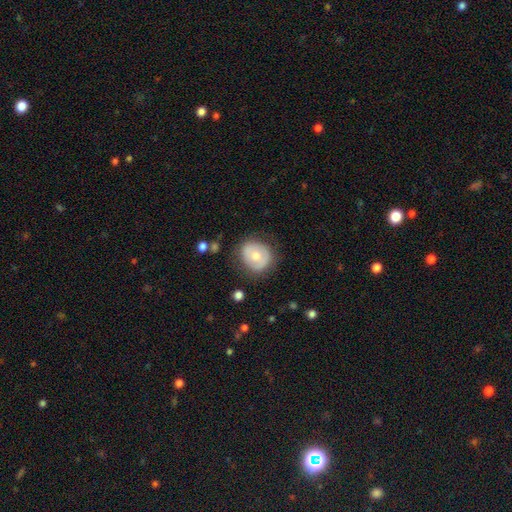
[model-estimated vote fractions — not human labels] A smooth galaxy with no disk features (56%) that is round (72%). Merging: none (77%).